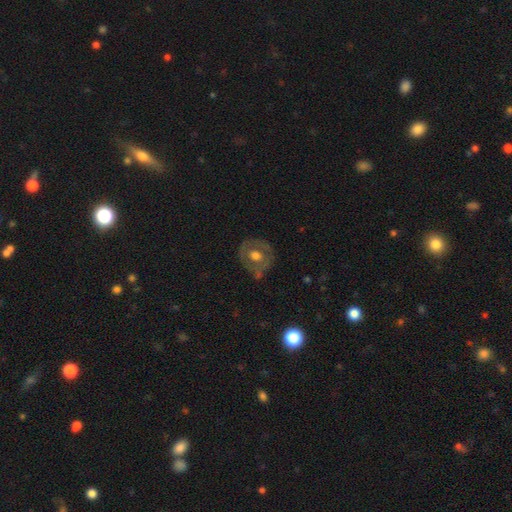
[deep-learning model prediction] This appears to be a featured or disk galaxy (51%). Merging: none (68%).